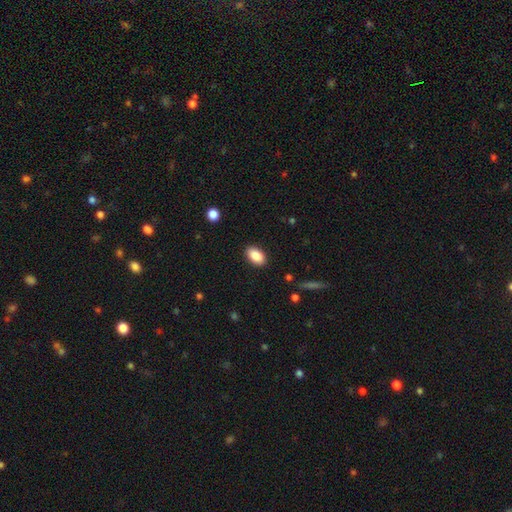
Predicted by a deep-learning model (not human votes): This appears to be a smooth galaxy with no disk features (88%) that is in between round and cigar-shaped (92%). Merging: none (89%).